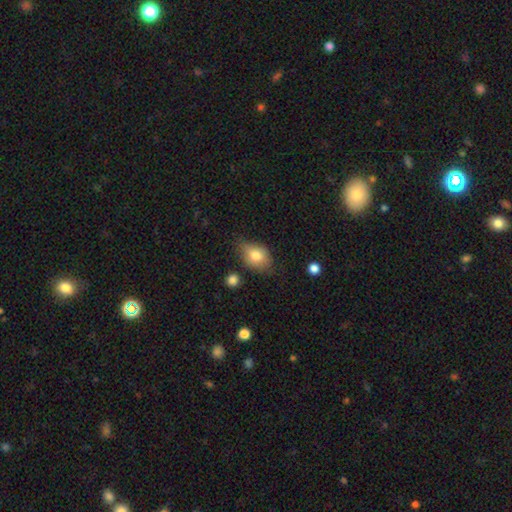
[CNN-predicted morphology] A smooth galaxy with no disk features (76%) that is in between round and cigar-shaped (77%).

Vote fractions:
- Smooth or featured? smooth: 76% / featured or disk: 16% / star or artifact: 8%
- How rounded? in between: 77% / round: 21% / cigar-shaped: 2%
- Merging? none: 60% / minor disturbance: 30% / major disturbance: 7% / merger: 3%